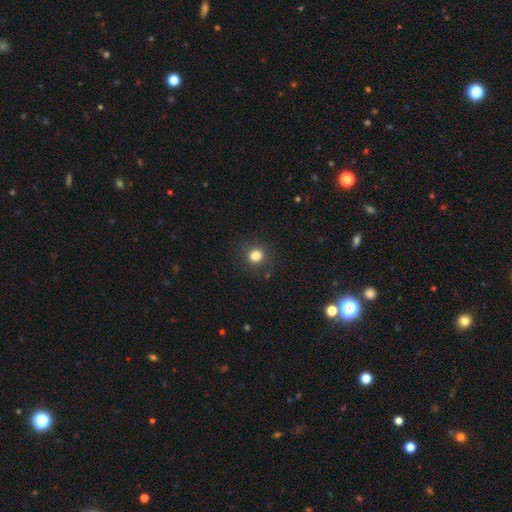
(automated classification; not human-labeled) smooth-or-featured: smooth: 82% | star or artifact: 13% | featured or disk: 6%
  how-rounded: round: 83% | in between: 17% | cigar-shaped: 1%
  merging: none: 86% | minor disturbance: 9% | major disturbance: 3% | merger: 1%